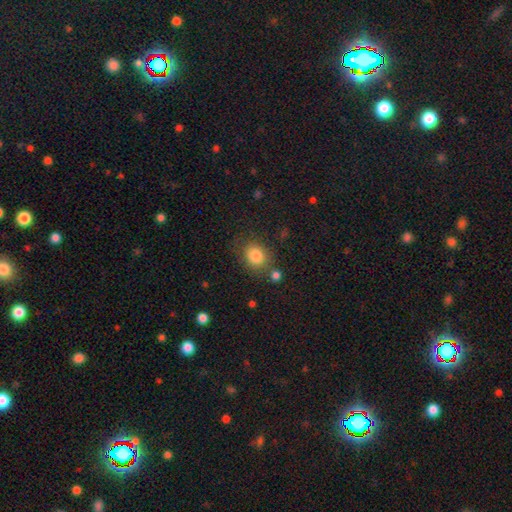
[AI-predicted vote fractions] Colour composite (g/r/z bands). It shows a smooth galaxy with no disk features (83%) that is round (65%). Merging: none (72%).